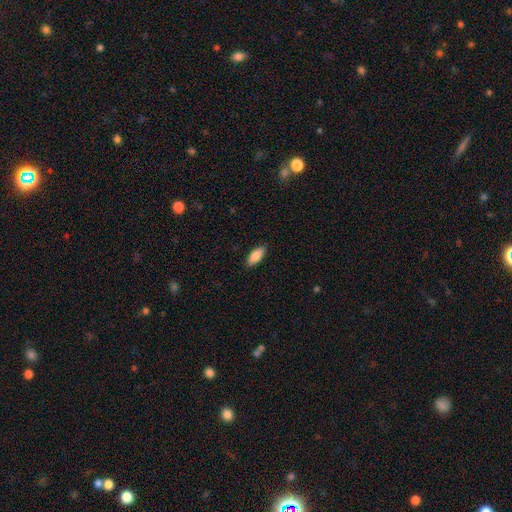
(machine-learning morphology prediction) Smooth or featured: smooth — 87% (featured or disk — 8%)
How rounded: in between — 82% (cigar-shaped — 16%)
Merging: none — 88% (minor disturbance — 9%)